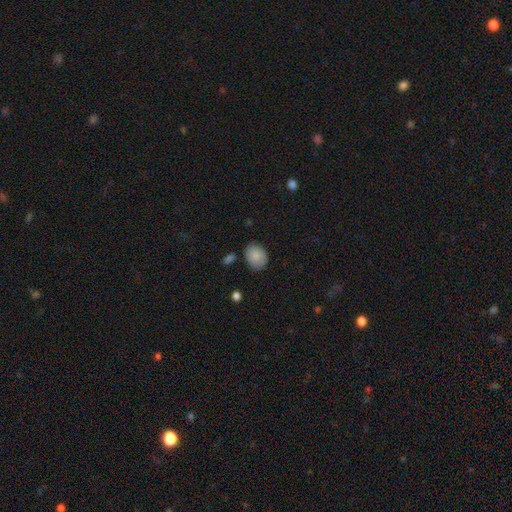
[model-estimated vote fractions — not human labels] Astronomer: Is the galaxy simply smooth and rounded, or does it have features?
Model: smooth — 86%.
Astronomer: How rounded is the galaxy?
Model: in between — 61% (runner-up: round, 38%).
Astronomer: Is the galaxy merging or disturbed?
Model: none — 75%.